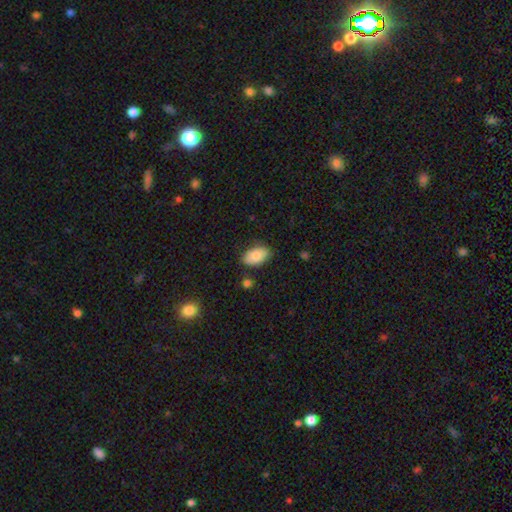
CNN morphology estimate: Q: Smooth or featured?
A: smooth (87%); runner-up: star or artifact (7%)
Q: How rounded?
A: in between (94%); runner-up: round (5%)
Q: Merging?
A: none (78%); runner-up: minor disturbance (16%)